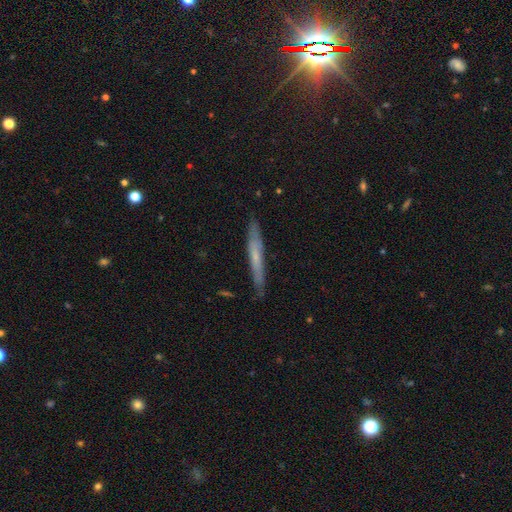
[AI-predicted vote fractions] Morphology: type=featured or disk (48%); merging=none (84%).